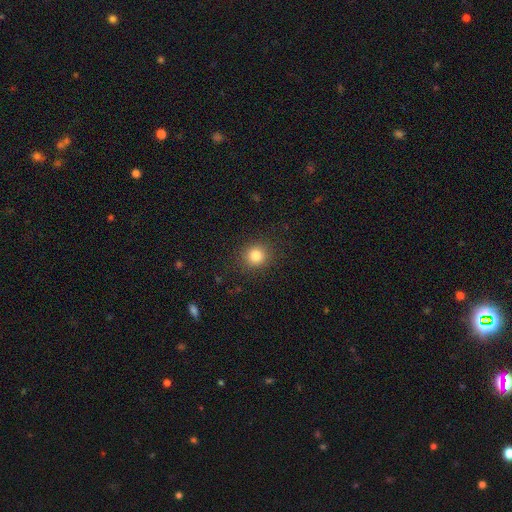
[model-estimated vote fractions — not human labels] Q: Smooth or featured?
A: smooth (84%); runner-up: star or artifact (11%)
Q: How rounded?
A: round (87%); runner-up: in between (12%)
Q: Merging?
A: none (89%); runner-up: minor disturbance (7%)